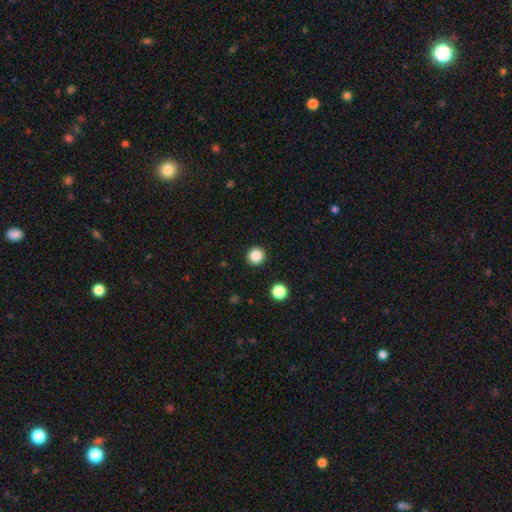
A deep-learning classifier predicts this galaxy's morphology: type=smooth (86%); roundness=round (95%); merging=none (92%).